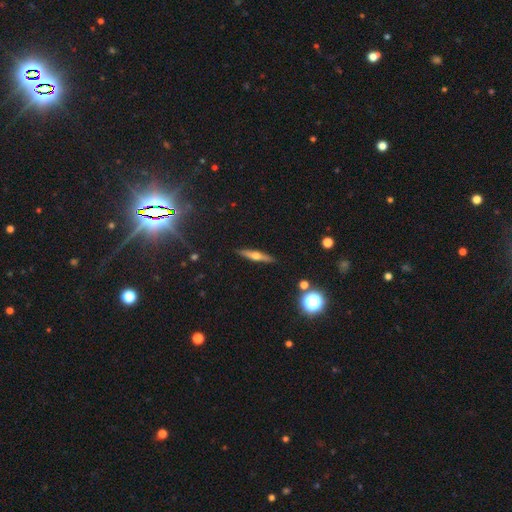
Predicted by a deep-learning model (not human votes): Smooth or featured? Predicted: featured or disk (p=0.62). Edge-on disk? Predicted: yes (p=0.96). Edge-on bulge? Predicted: rounded (p=0.90). Merging? Predicted: none (p=0.90).